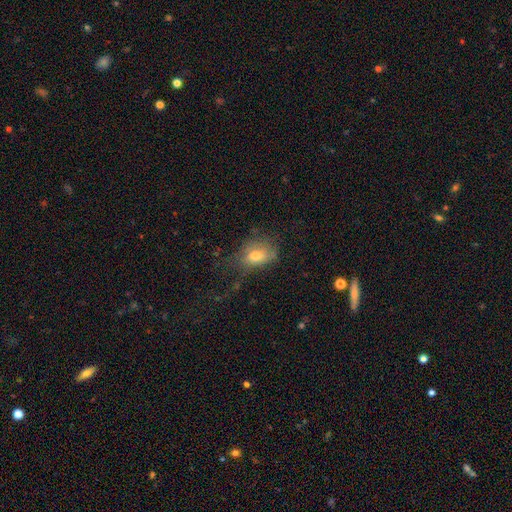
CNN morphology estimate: Smooth or featured?
  - smooth: 71% *
  - featured or disk: 17%
  - star or artifact: 12%
How rounded?
  - in between: 73% *
  - round: 25%
  - cigar-shaped: 2%
Merging?
  - none: 47% *
  - minor disturbance: 27%
  - major disturbance: 24%
  - merger: 3%